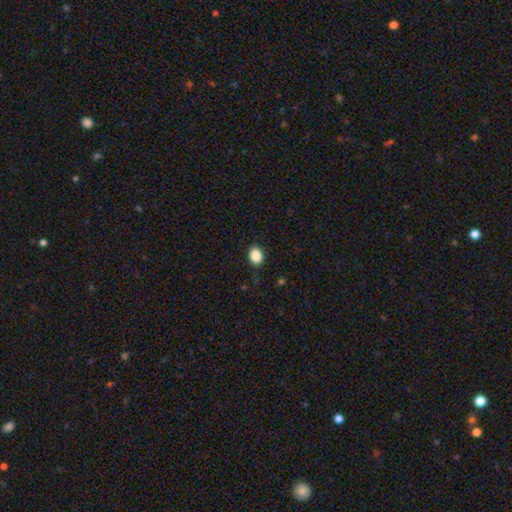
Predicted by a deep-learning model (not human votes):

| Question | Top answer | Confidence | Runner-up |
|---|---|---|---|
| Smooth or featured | smooth | 87% | star or artifact (9%) |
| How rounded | in between | 64% | round (35%) |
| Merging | none | 86% | minor disturbance (11%) |